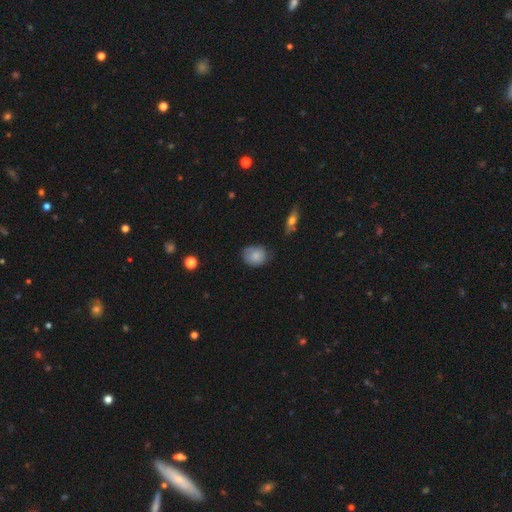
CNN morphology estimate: Overall: smooth (80%). How rounded: round (55%; in between 43%). Merging: none (60%; minor disturbance 32%).